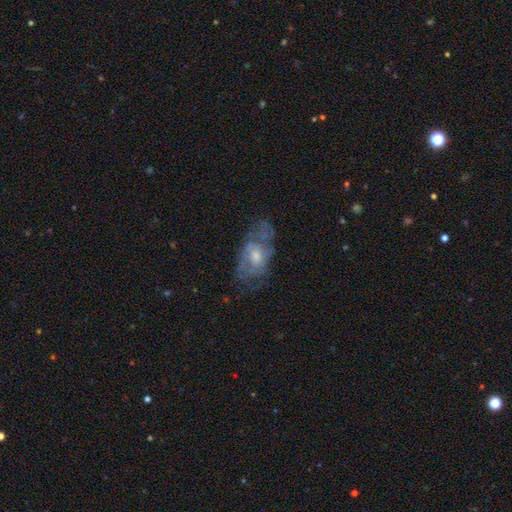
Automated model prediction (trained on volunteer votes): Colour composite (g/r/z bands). It shows a featured or disk galaxy (64%) with no bar (73%), spiral arms (61%) and a moderate central bulge (54%). Merging: none (57%).